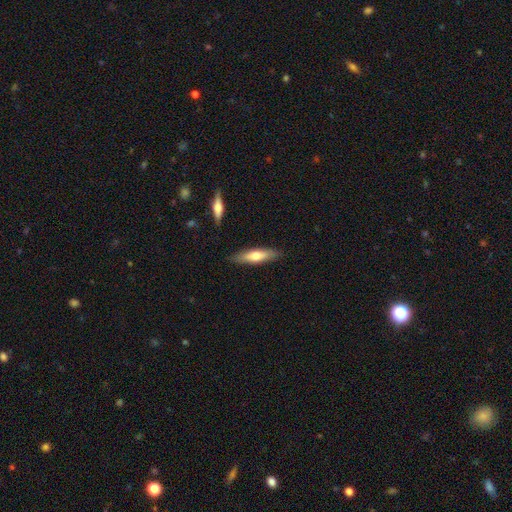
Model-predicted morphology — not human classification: Smooth or featured?
  - smooth: 59% *
  - featured or disk: 35%
  - star or artifact: 6%
How rounded?
  - cigar-shaped: 73% *
  - in between: 25%
  - round: 2%
Merging?
  - none: 87% *
  - minor disturbance: 10%
  - major disturbance: 2%
  - merger: 2%